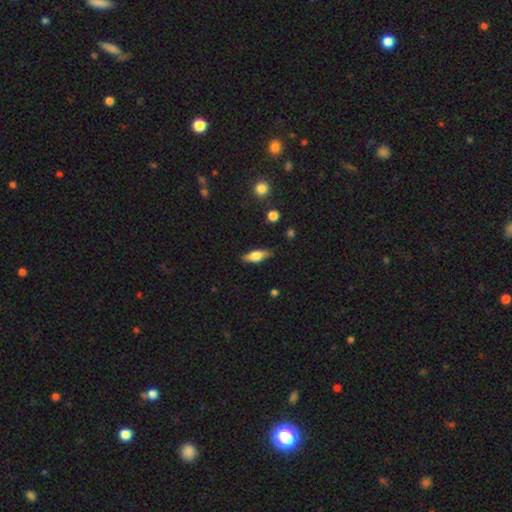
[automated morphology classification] Smooth or featured?
  - smooth: 60% *
  - featured or disk: 33%
  - star or artifact: 7%
How rounded?
  - in between: 67% *
  - cigar-shaped: 30%
  - round: 4%
Merging?
  - none: 84% *
  - minor disturbance: 13%
  - major disturbance: 3%
  - merger: 1%